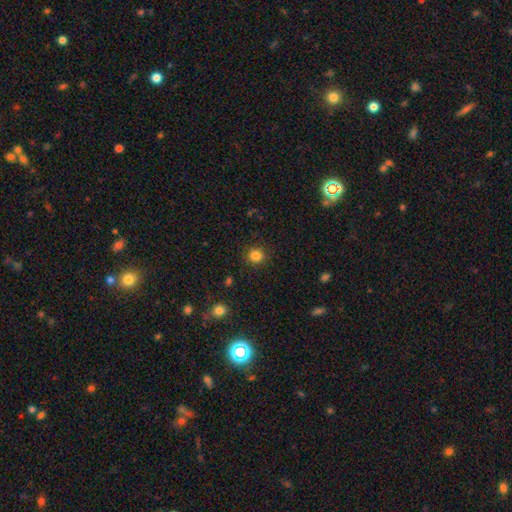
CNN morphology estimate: type=smooth (83%); roundness=round (92%); merging=none (90%).